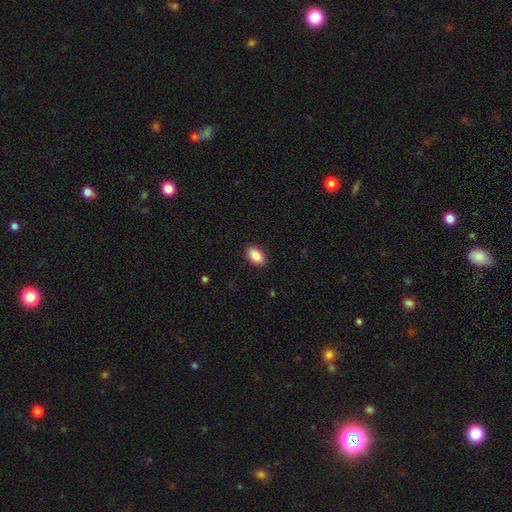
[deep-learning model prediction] A smooth galaxy with no disk features (89%) that is in between round and cigar-shaped (91%). Merging: none (89%).